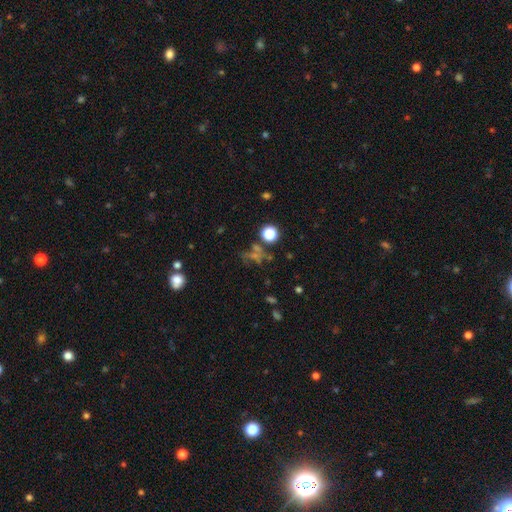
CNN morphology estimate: This is possibly a star or artifact rather than a galaxy (51%).